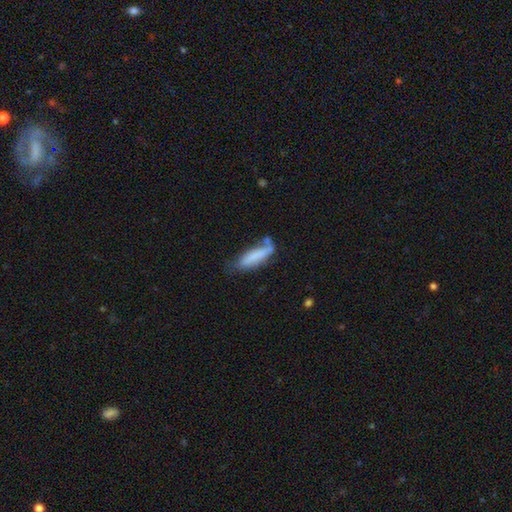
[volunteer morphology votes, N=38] A smooth galaxy with no disk features (76%) that is cigar-shaped (79%). Merging: none (42%).